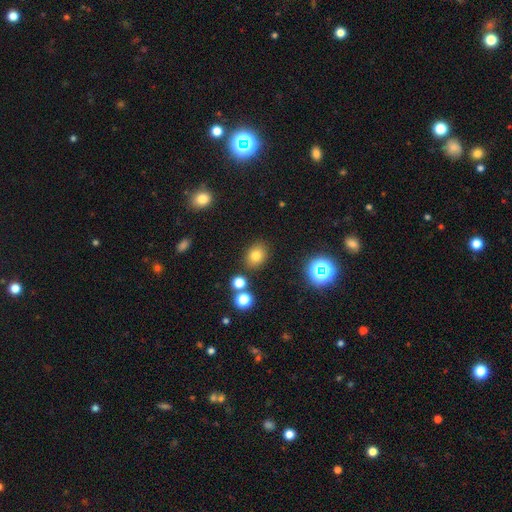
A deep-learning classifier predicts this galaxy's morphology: This appears to be a smooth galaxy with no disk features (74%) that is round (51%). Merging: none (83%).